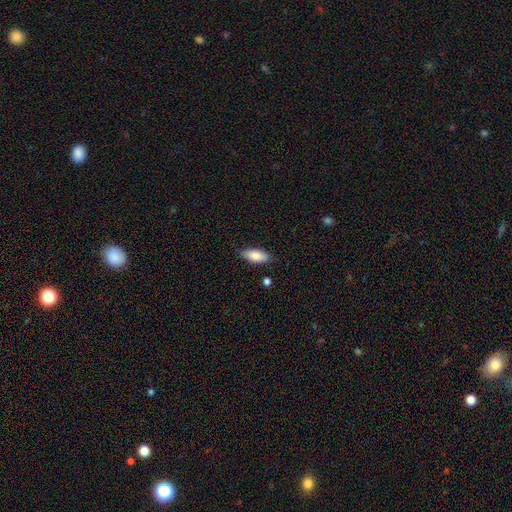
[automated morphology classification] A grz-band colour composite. It shows a smooth galaxy with no disk features (85%) that is in between round and cigar-shaped (83%). Merging: none (83%).